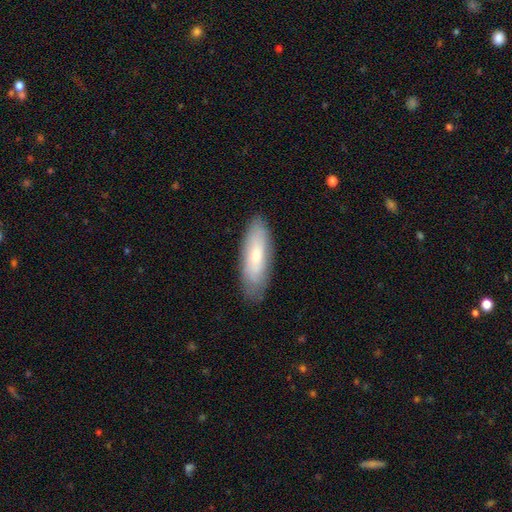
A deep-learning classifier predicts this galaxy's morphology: This appears to be a smooth galaxy with no disk features (63%) that is in between round and cigar-shaped (57%). Merging: none (82%).